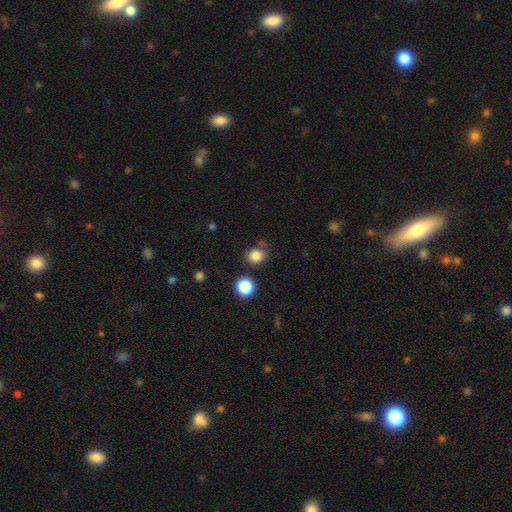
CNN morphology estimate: type=smooth (83%); roundness=round (72%); merging=none (74%).